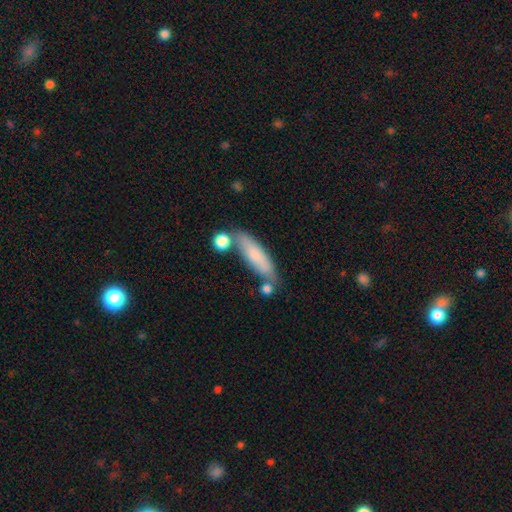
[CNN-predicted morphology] smooth-or-featured: smooth: 72% | featured or disk: 21% | star or artifact: 7%
  how-rounded: cigar-shaped: 65% | in between: 33% | round: 2%
  merging: none: 65% | minor disturbance: 17% | merger: 12% | major disturbance: 5%